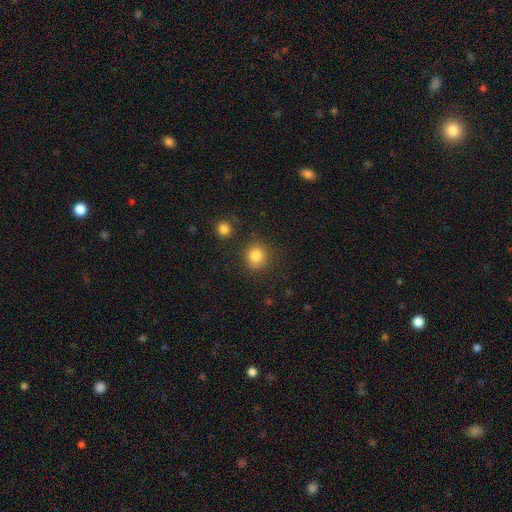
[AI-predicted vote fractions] smooth-or-featured: smooth: 83% | star or artifact: 11% | featured or disk: 6%
  how-rounded: round: 84% | in between: 15% | cigar-shaped: 1%
  merging: none: 84% | minor disturbance: 9% | merger: 4% | major disturbance: 3%